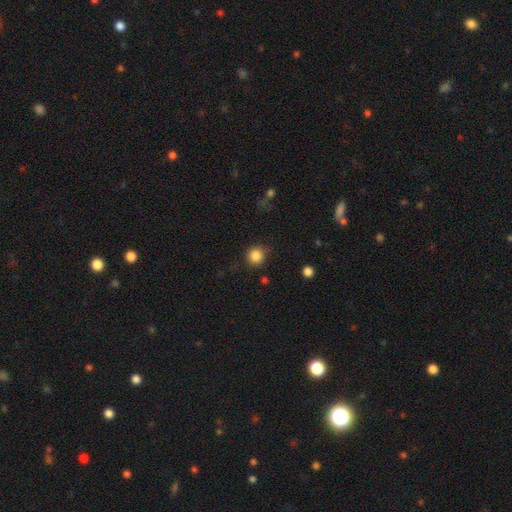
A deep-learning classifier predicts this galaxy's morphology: Q: Smooth or featured?
A: smooth (85%); runner-up: star or artifact (11%)
Q: How rounded?
A: round (91%); runner-up: in between (8%)
Q: Merging?
A: none (83%); runner-up: minor disturbance (11%)